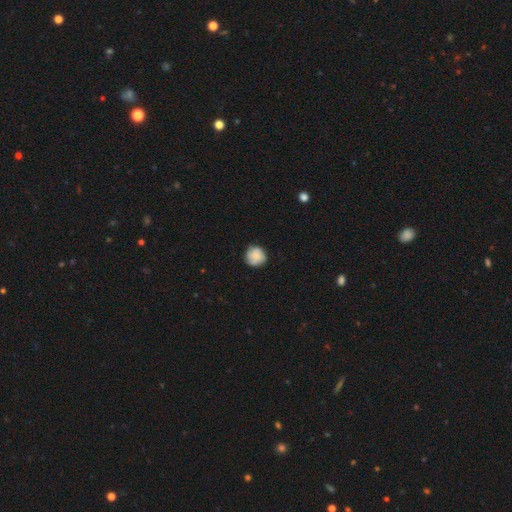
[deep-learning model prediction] Overall: smooth (69%). How rounded: round (91%). Merging: none (78%).